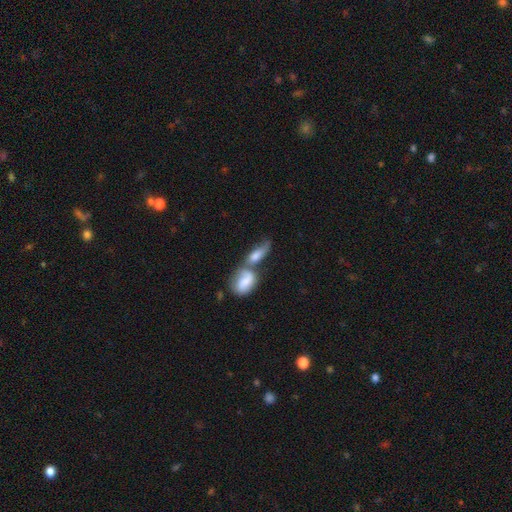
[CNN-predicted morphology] A smooth galaxy with no disk features (63%) that is in between round and cigar-shaped (71%). Merging: merger (67%).